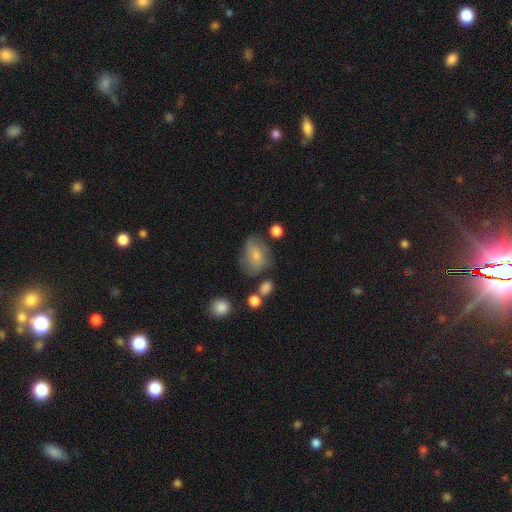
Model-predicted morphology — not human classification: Smooth or featured? Predicted: smooth (p=0.66). How rounded? Predicted: in between (p=0.65). Merging? Predicted: none (p=0.46).